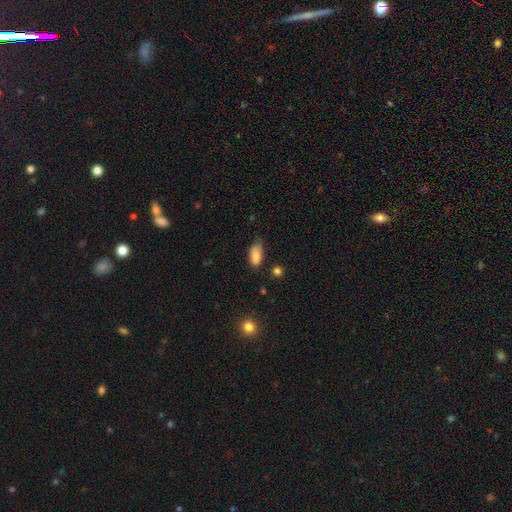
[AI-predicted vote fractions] This appears to be a smooth galaxy with no disk features (86%) that is in between round and cigar-shaped (91%). Merging: none (60%).